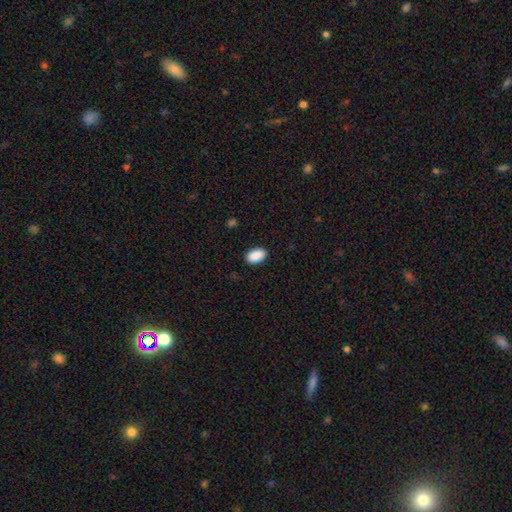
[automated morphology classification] This is clearly a smooth galaxy (90%). How rounded: clearly in between (92%). Merging: clearly none (89%).